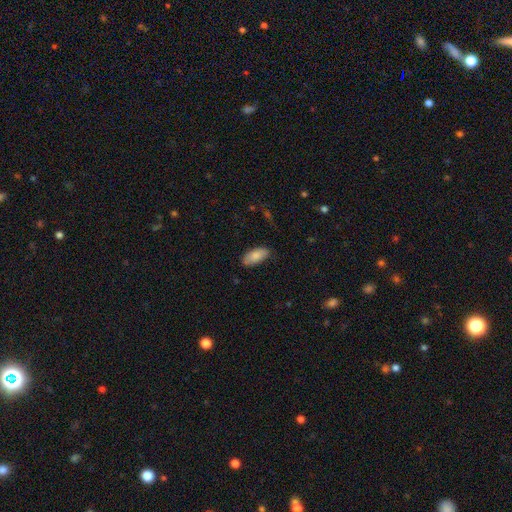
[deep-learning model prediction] A smooth galaxy with no disk features (83%) that is in between round and cigar-shaped (91%). Merging: none (80%).